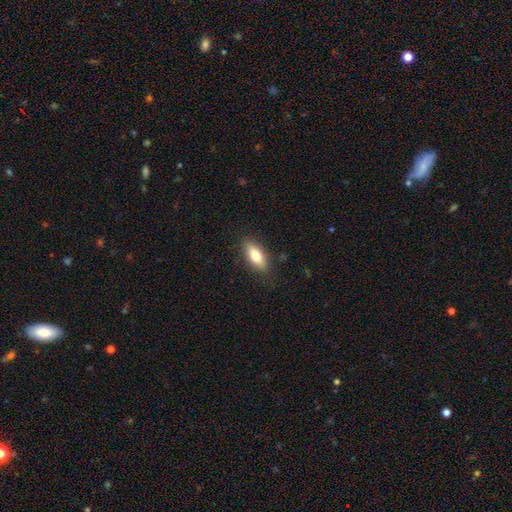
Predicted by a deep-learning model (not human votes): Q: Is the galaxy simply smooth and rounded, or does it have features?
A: smooth — 74%.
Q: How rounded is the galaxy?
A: in between — 78%.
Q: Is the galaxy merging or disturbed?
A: none — 86%.